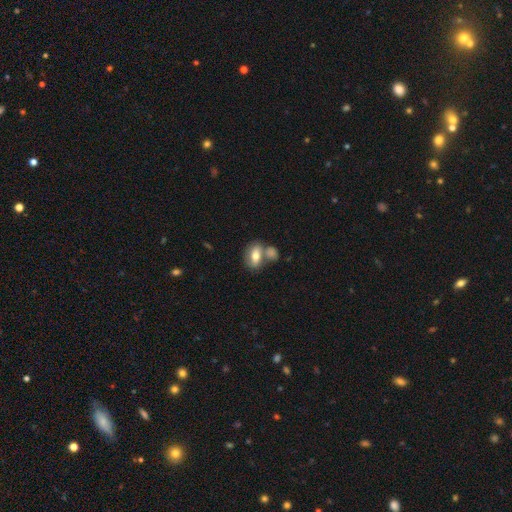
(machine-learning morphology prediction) Smooth or featured: smooth — 67% (featured or disk — 25%)
How rounded: in between — 82% (round — 14%)
Merging: none — 42% (merger — 41%)